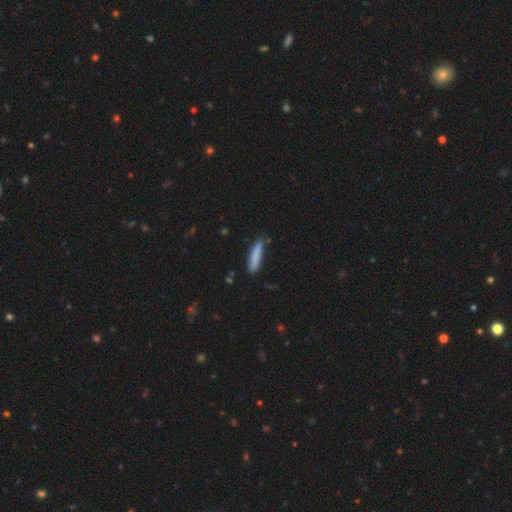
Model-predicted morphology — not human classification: This appears to be a smooth galaxy with no disk features (81%) that is cigar-shaped (88%). Merging: none (82%).